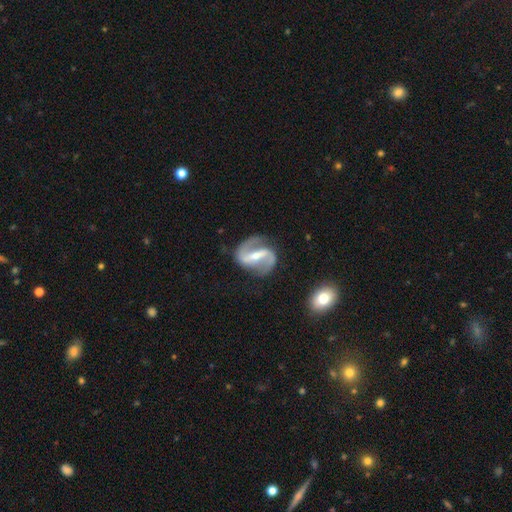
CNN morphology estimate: smooth_or_featured: featured or disk (p=0.90) [alt: smooth p=0.05]
disk_edge_on: no (p=0.97) [alt: yes p=0.03]
bar: strong (p=0.67) [alt: weak p=0.24]
has_spiral_arms: yes (p=0.96) [alt: no p=0.04]
spiral_winding: medium (p=0.51) [alt: loose p=0.32]
spiral_arm_count: 2 (p=0.93) [alt: 1 p=0.02]
bulge_size: small (p=0.55) [alt: moderate p=0.40]
merging: none (p=0.79) [alt: minor disturbance p=0.13]